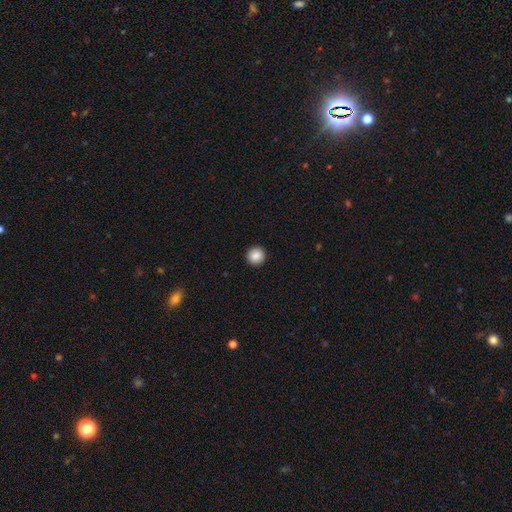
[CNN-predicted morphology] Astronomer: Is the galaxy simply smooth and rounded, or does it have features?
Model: smooth — 87%.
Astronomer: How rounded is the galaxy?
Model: round — 95%.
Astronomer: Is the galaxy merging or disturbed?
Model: none — 94%.